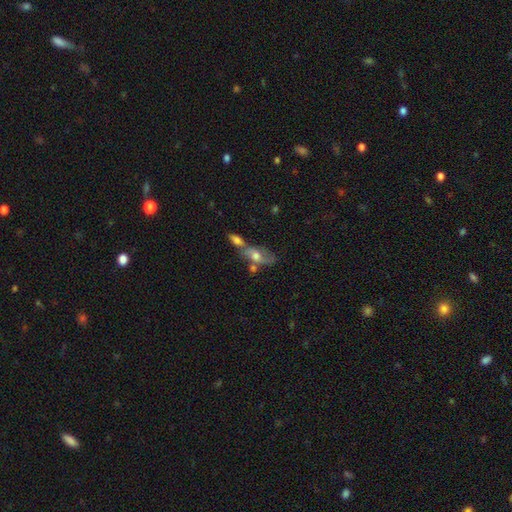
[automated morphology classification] This is possibly a featured or disk galaxy (49%). Merging: possibly merger (49%).